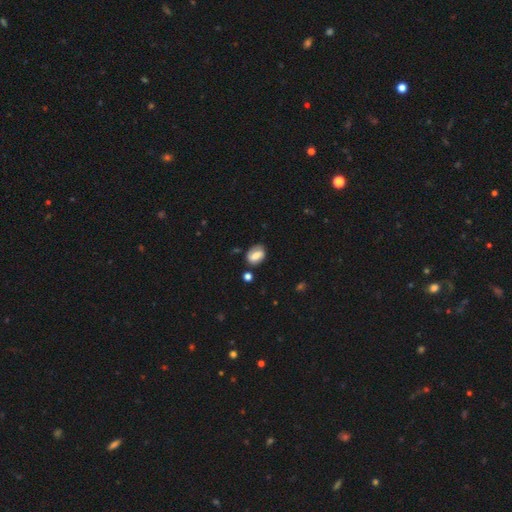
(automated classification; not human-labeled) This is likely a smooth galaxy (66%). How rounded: likely in between (76%). Merging: likely none (65%).